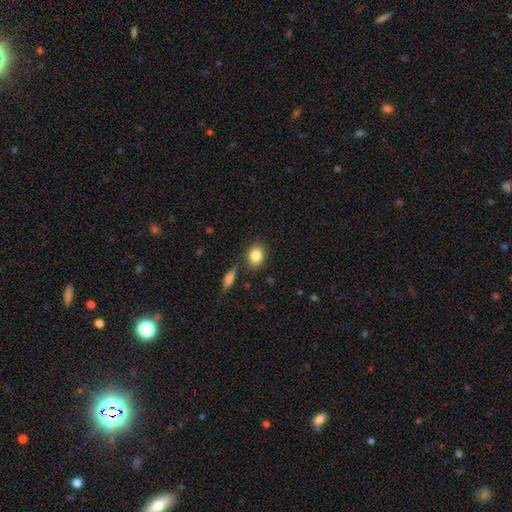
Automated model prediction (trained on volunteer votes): smooth 85%, star or artifact 9%, featured or disk 7%. Down the decision tree: how rounded — round (50%); merging — none (80%).